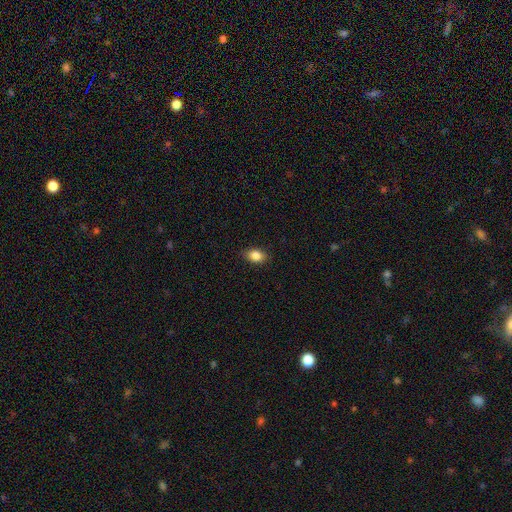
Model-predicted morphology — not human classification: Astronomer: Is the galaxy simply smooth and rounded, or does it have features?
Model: smooth — 86%.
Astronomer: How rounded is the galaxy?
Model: in between — 79%.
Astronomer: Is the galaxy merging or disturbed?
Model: none — 86%.